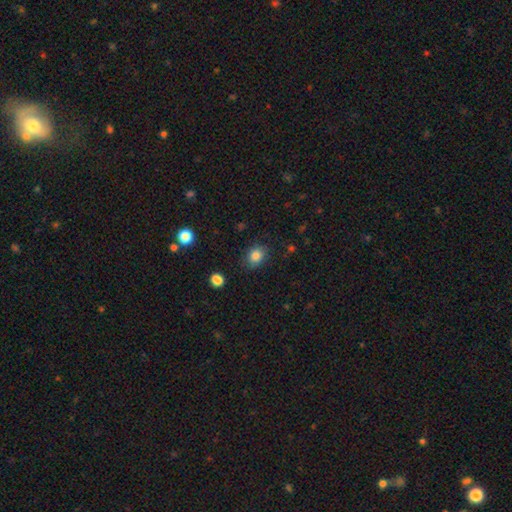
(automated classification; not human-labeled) This appears to be a smooth galaxy with no disk features (84%) that is in between round and cigar-shaped (51%). Merging: none (80%).